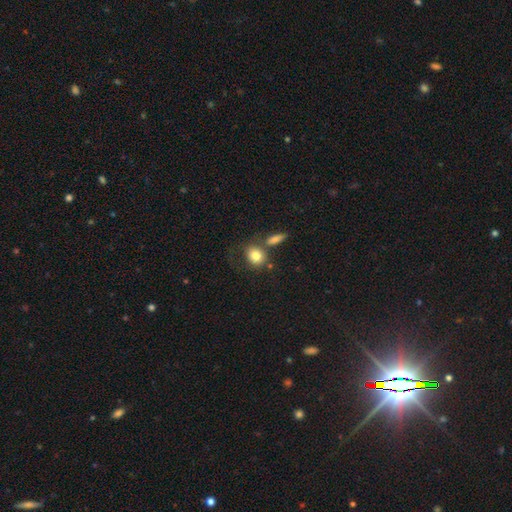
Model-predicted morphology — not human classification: This appears to be a smooth galaxy with no disk features (81%) that is round (65%). Merging: none (53%).